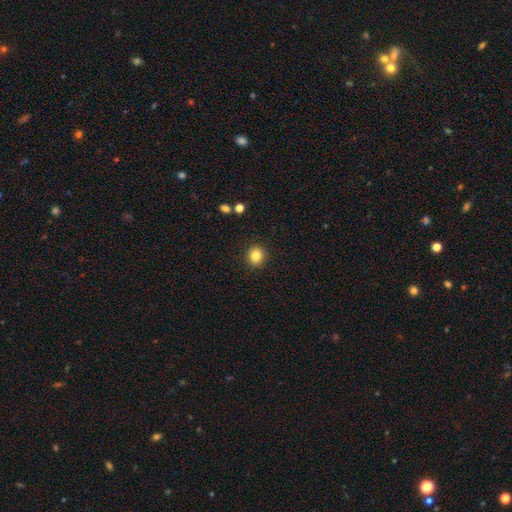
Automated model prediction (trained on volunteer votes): A smooth galaxy with no disk features (84%) that is round (82%). Merging: none (91%).